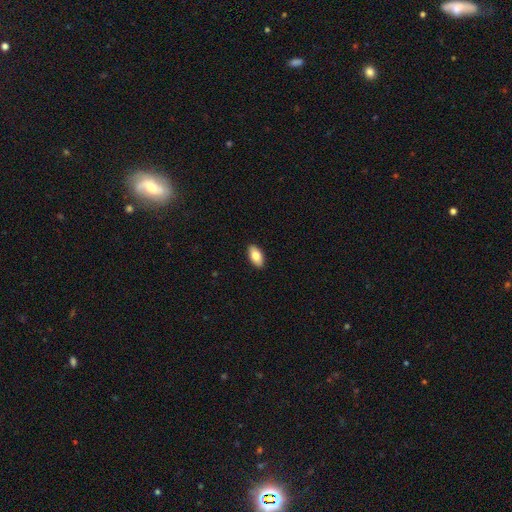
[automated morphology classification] The model was most divided on "smooth or featured": smooth: 81%, featured or disk: 13%, star or artifact: 6%. More confident: how rounded — in between (92%); merging — none (90%).